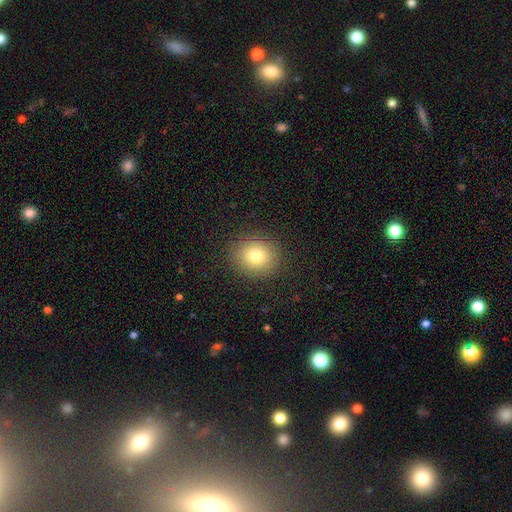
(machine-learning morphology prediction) This is likely a smooth galaxy (77%). How rounded: likely round (77%). Merging: clearly none (88%).